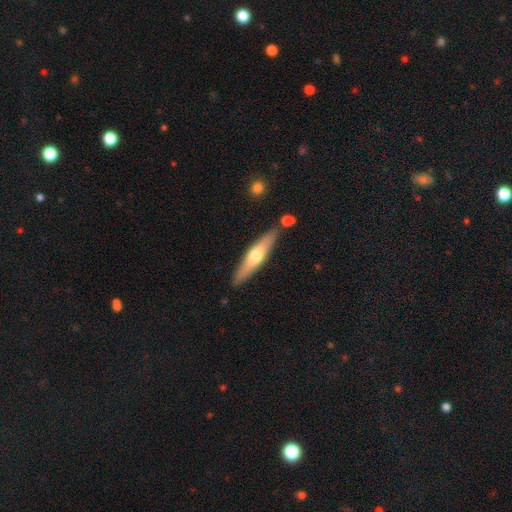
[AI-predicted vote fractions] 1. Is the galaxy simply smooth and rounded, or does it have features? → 49% featured or disk, 46% smooth, 5% star or artifact.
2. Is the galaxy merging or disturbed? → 83% none, 10% minor disturbance, 5% merger, 2% major disturbance.